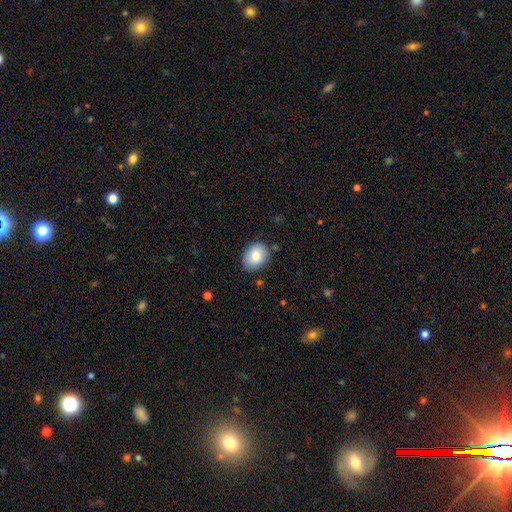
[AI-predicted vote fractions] This appears to be a smooth galaxy with no disk features (83%) that is in between round and cigar-shaped (54%). Merging: none (81%).